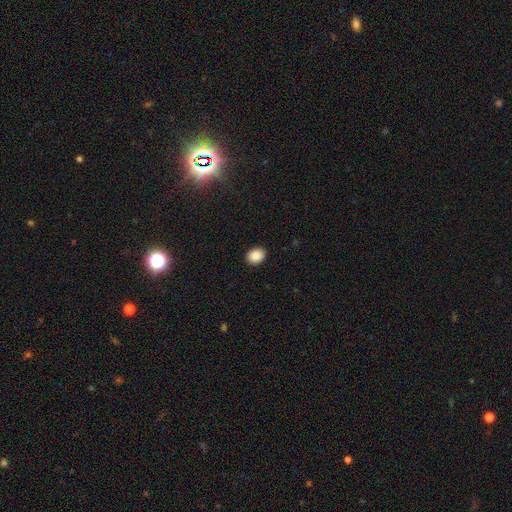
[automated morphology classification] This is clearly a smooth galaxy (89%). How rounded: possibly in between (53%). Merging: clearly none (91%).